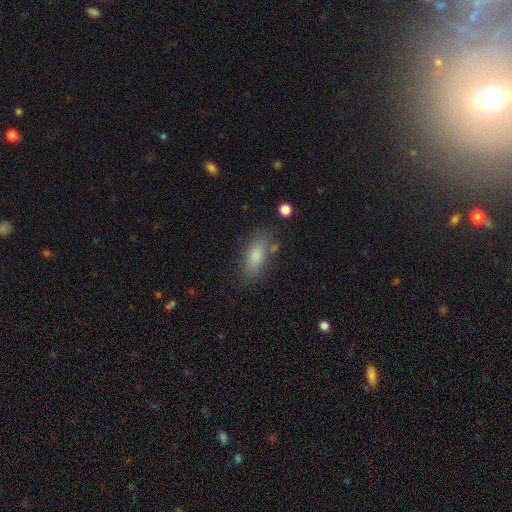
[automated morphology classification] Smooth or featured? Predicted: smooth (p=0.80). How rounded? Predicted: in between (p=0.81). Merging? Predicted: none (p=0.78).